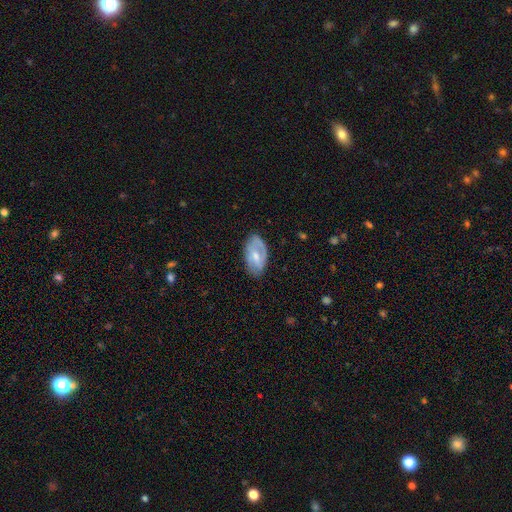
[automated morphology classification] featured or disk 55%, smooth 39%, star or artifact 6%. Down the decision tree: edge-on disk — no (94%); bar — weak (49%); spiral arms — yes (66%); bulge size — moderate (46%); merging — none (70%).